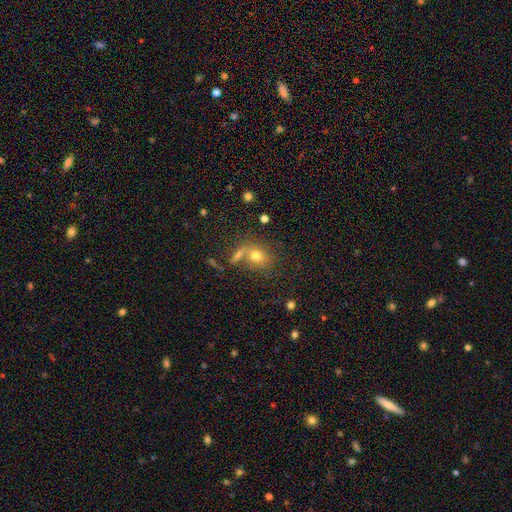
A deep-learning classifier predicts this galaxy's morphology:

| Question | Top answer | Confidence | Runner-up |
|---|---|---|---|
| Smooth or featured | smooth | 70% | star or artifact (15%) |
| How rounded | round | 54% | in between (43%) |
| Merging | none | 57% | merger (23%) |